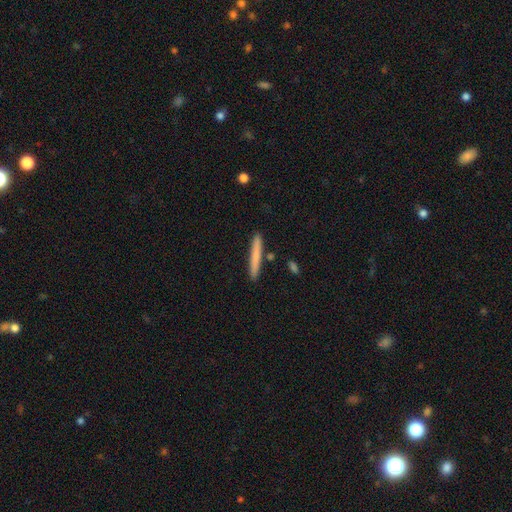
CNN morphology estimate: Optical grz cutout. It shows a smooth galaxy with no disk features (74%) that is cigar-shaped (96%). Merging: none (88%).